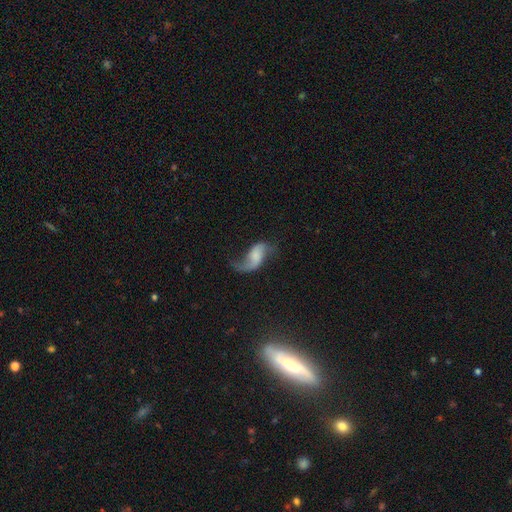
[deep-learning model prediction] Q: Smooth or featured?
A: featured or disk (70%); runner-up: smooth (22%)
Q: Edge-on disk?
A: no (96%); runner-up: yes (4%)
Q: Bar?
A: no (53%); runner-up: weak (35%)
Q: Spiral arms?
A: yes (92%); runner-up: no (8%)
Q: Spiral winding?
A: loose (85%); runner-up: medium (12%)
Q: Spiral arm count?
A: 2 (74%); runner-up: 1 (21%)
Q: Bulge size?
A: none (35%); runner-up: small (27%)
Q: Merging?
A: none (50%); runner-up: major disturbance (26%)